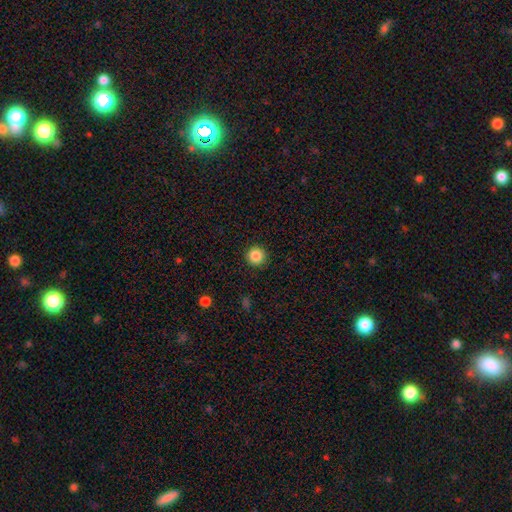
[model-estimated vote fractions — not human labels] smooth-or-featured: smooth: 86% | star or artifact: 10% | featured or disk: 4%
  how-rounded: round: 96% | in between: 3% | cigar-shaped: 1%
  merging: none: 92% | minor disturbance: 5% | major disturbance: 2% | merger: 1%